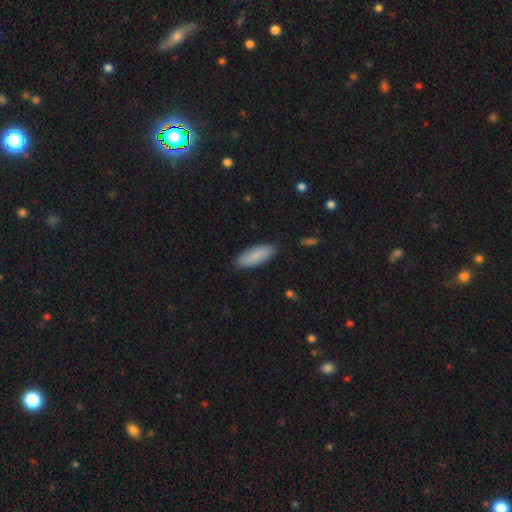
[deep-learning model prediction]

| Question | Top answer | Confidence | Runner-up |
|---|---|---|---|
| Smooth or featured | smooth | 83% | featured or disk (12%) |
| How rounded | in between | 72% | cigar-shaped (27%) |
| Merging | none | 85% | minor disturbance (11%) |